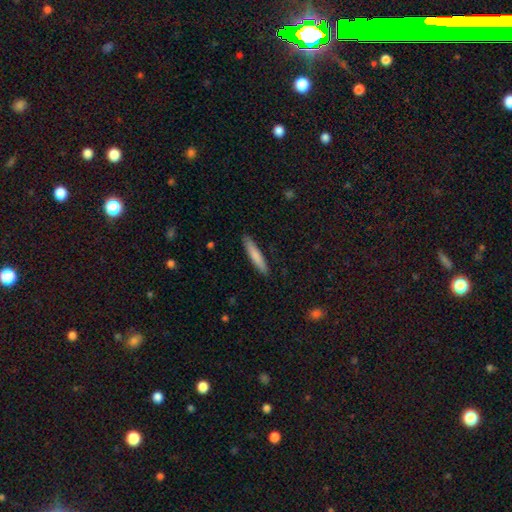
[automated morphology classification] smooth 80%, featured or disk 14%, star or artifact 5%. Down the decision tree: how rounded — cigar-shaped (90%); merging — none (89%).